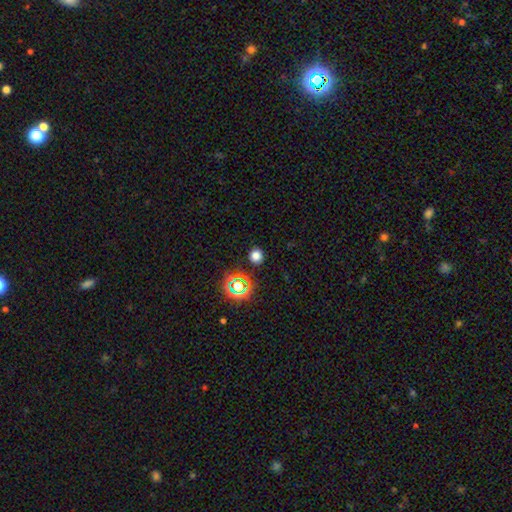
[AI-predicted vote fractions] Morphology: type=smooth (73%); roundness=round (90%); merging=none (90%).